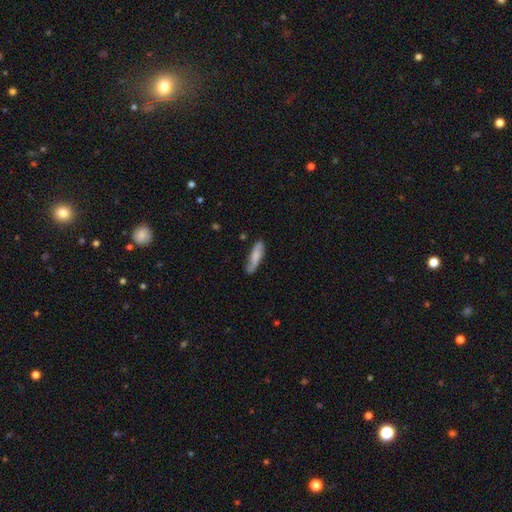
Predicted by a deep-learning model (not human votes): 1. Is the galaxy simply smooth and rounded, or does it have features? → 74% smooth, 21% featured or disk, 6% star or artifact.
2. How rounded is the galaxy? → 66% cigar-shaped, 32% in between, 2% round.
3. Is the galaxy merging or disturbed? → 70% none, 23% minor disturbance, 5% major disturbance, 2% merger.